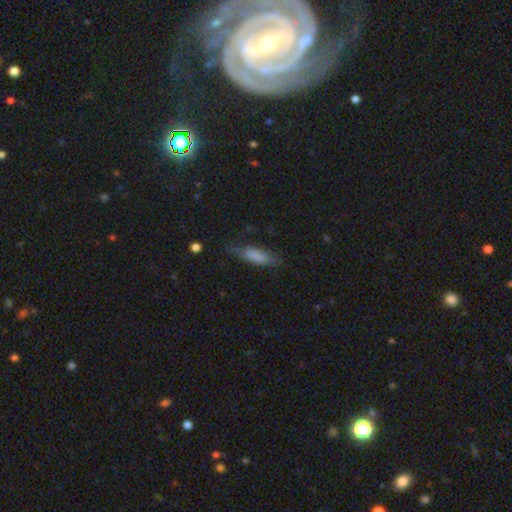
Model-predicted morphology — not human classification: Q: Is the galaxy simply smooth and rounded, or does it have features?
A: smooth — 72%.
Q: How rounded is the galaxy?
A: cigar-shaped — 52%.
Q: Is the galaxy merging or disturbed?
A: none — 60%.